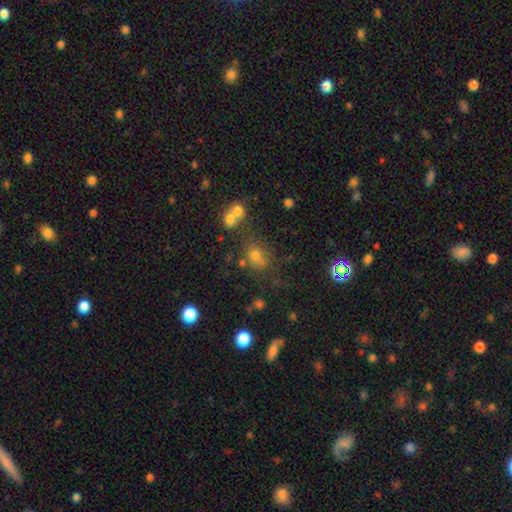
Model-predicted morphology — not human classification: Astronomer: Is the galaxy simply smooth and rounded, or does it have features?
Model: smooth — 62%.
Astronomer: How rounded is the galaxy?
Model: round — 52% (runner-up: in between, 46%).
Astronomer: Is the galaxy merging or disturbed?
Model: none — 59%.